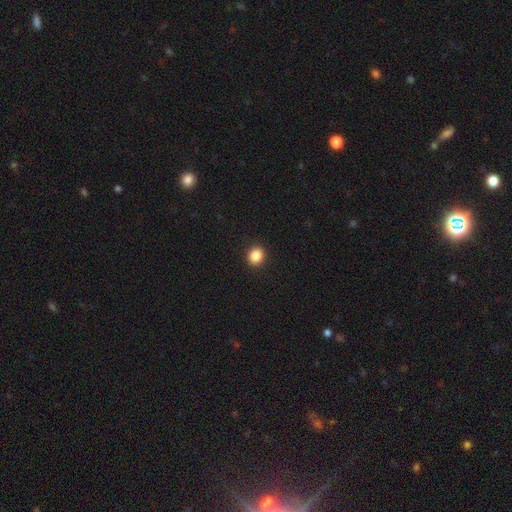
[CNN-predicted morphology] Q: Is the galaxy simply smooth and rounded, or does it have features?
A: smooth — 87%.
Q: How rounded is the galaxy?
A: round — 77%.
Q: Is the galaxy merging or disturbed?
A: none — 92%.